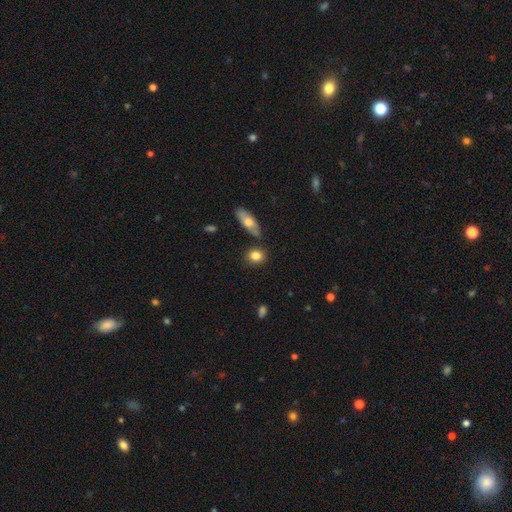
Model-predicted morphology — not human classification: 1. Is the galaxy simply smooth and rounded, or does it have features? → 82% smooth, 9% featured or disk, 8% star or artifact.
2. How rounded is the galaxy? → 57% round, 39% in between, 3% cigar-shaped.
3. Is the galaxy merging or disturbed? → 76% none, 12% minor disturbance, 9% merger, 3% major disturbance.